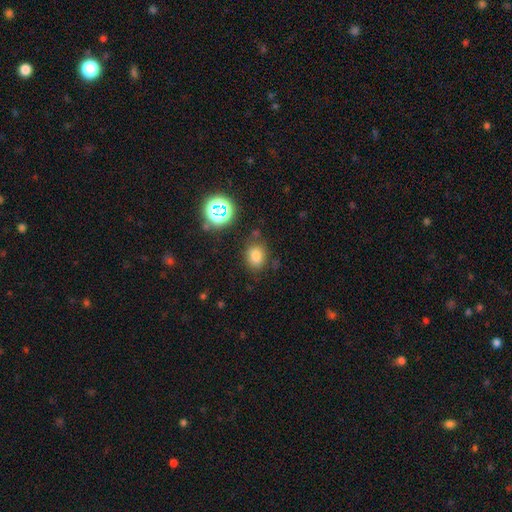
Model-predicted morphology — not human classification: Smooth or featured: smooth — 75% (star or artifact — 18%)
How rounded: in between — 53% (round — 46%)
Merging: none — 74% (minor disturbance — 16%)